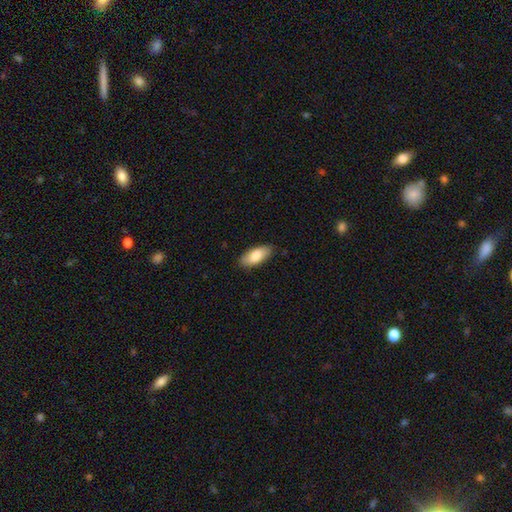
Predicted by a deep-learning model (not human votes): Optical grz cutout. It shows a smooth galaxy with no disk features (82%) that is in between round and cigar-shaped (88%). Merging: none (87%).